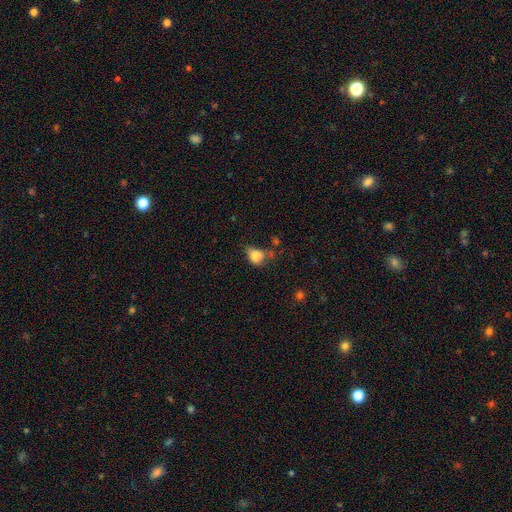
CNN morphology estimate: A smooth galaxy with no disk features (80%) that is in between round and cigar-shaped (61%).

Vote fractions:
- Smooth or featured? smooth: 80% / star or artifact: 10% / featured or disk: 10%
- How rounded? in between: 61% / round: 38% / cigar-shaped: 1%
- Merging? minor disturbance: 35% / none: 34% / major disturbance: 22% / merger: 9%